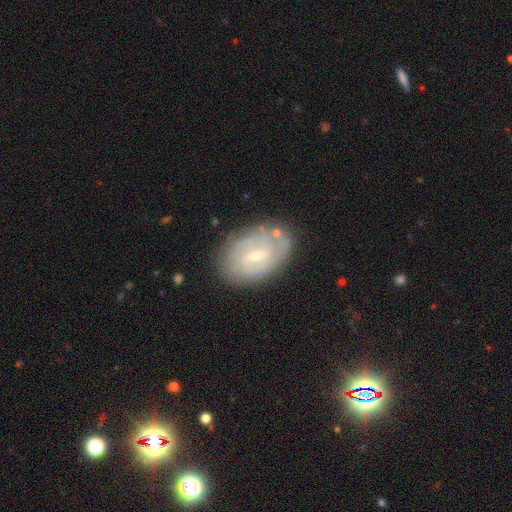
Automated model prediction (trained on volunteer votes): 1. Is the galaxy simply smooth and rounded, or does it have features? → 68% featured or disk, 25% smooth, 7% star or artifact.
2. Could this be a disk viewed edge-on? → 95% no, 5% yes.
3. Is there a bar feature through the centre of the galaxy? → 61% weak, 20% strong, 19% no.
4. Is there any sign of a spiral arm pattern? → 79% yes, 21% no.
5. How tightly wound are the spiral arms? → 54% tight, 33% medium, 14% loose.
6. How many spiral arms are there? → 42% 2, 39% can't tell, 8% 3, 5% 1, 3% 4, 2% more than 4.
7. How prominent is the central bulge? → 61% small, 31% moderate, 6% none, 2% large, 1% dominant.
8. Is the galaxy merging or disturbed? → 73% none, 18% minor disturbance, 5% major disturbance, 4% merger.